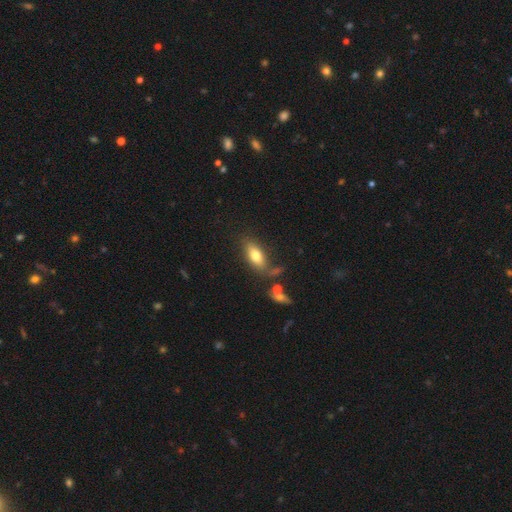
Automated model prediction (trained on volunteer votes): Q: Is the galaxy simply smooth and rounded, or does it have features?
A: smooth — 73%.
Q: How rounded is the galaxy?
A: in between — 82%.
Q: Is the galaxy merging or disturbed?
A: none — 63%.